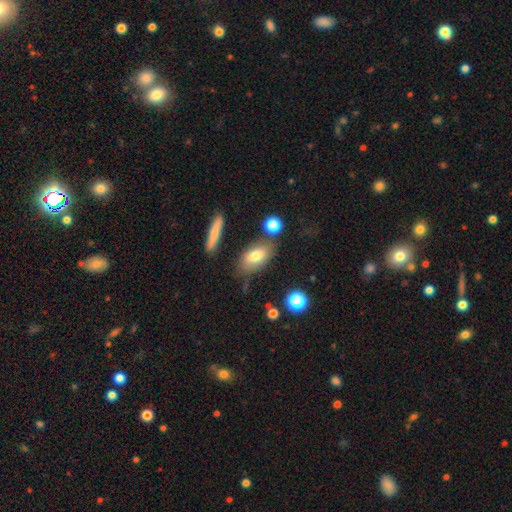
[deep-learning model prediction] Morphology: type=smooth (74%); roundness=in between (86%); merging=none (67%).